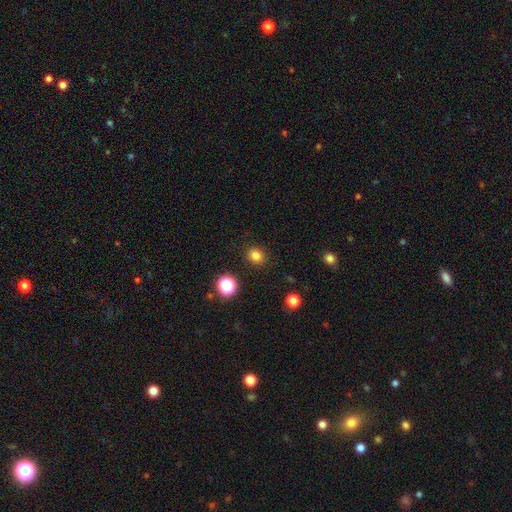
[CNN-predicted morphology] Smooth or featured?
  - smooth: 81% *
  - star or artifact: 14%
  - featured or disk: 5%
How rounded?
  - round: 70% *
  - in between: 29%
  - cigar-shaped: 1%
Merging?
  - none: 88% *
  - minor disturbance: 8%
  - major disturbance: 3%
  - merger: 1%